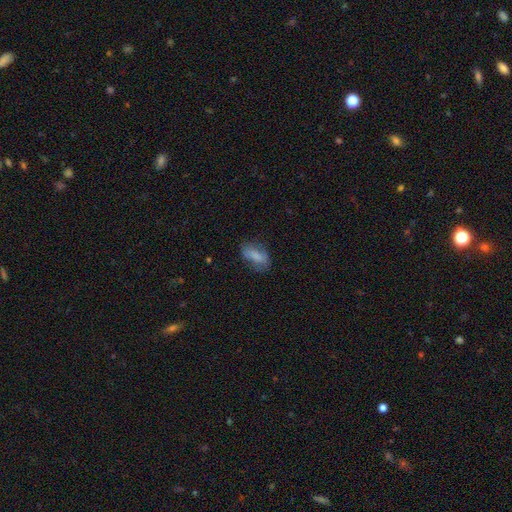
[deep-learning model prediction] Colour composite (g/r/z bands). It shows a smooth galaxy with no disk features (77%) that is in between round and cigar-shaped (84%). Merging: none (66%).